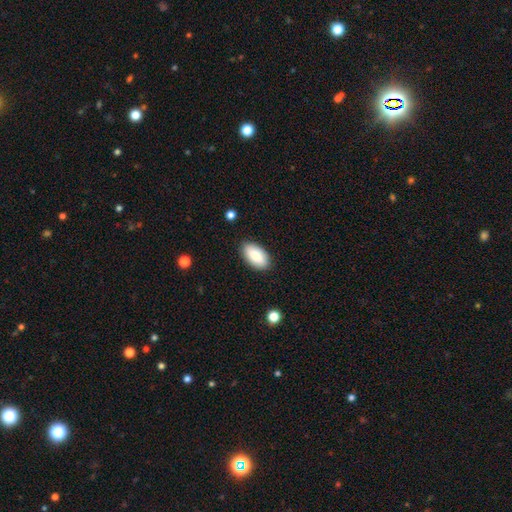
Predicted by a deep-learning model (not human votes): This is clearly a smooth galaxy (86%). How rounded: clearly in between (95%). Merging: clearly none (87%).